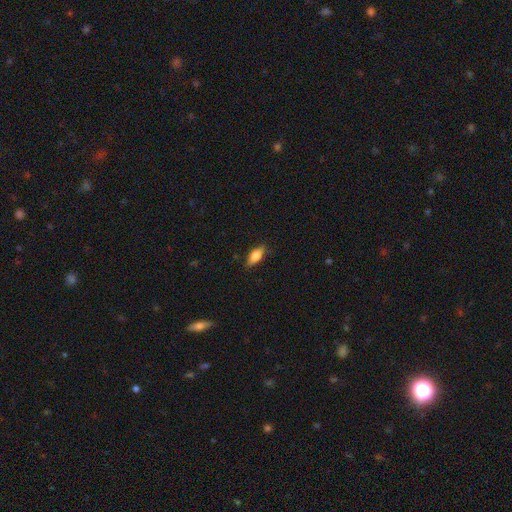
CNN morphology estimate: This is likely a smooth galaxy (69%). How rounded: likely in between (74%). Merging: clearly none (82%).